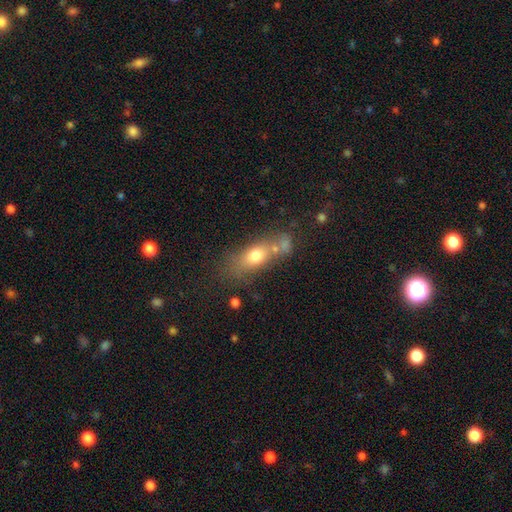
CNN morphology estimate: smooth_or_featured: smooth (p=0.69) [alt: featured or disk p=0.20]
how_rounded: in between (p=0.68) [alt: cigar-shaped p=0.19]
merging: none (p=0.47) [alt: merger p=0.25]